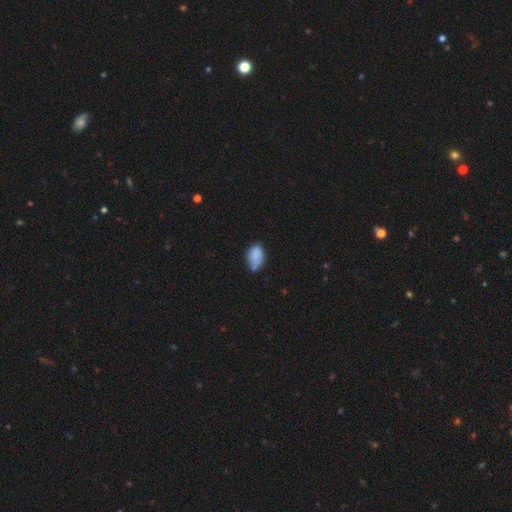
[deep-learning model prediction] smooth 83%, featured or disk 9%, star or artifact 8%. Down the decision tree: how rounded — in between (89%); merging — none (46%).